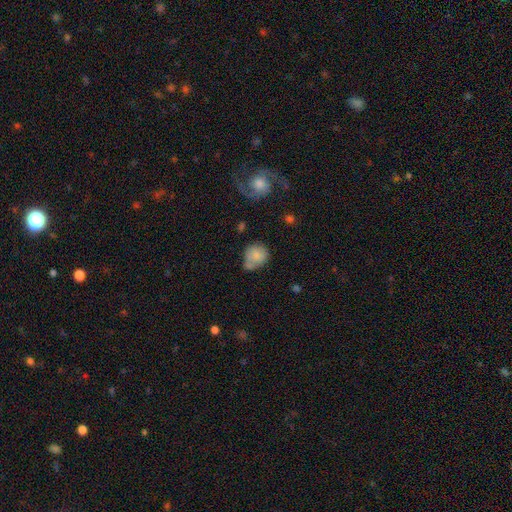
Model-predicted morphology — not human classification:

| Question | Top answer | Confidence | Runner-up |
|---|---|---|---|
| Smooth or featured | smooth | 78% | featured or disk (13%) |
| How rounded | round | 74% | in between (25%) |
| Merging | none | 47% | minor disturbance (25%) |